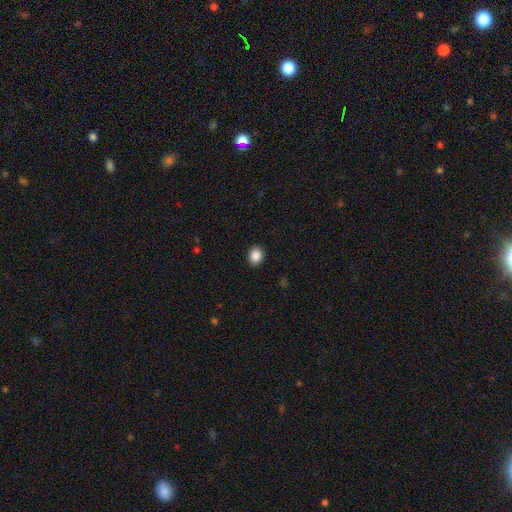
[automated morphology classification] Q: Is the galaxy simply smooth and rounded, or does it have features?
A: smooth — 88%.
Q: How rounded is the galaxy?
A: round — 55%.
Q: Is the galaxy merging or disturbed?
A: none — 90%.